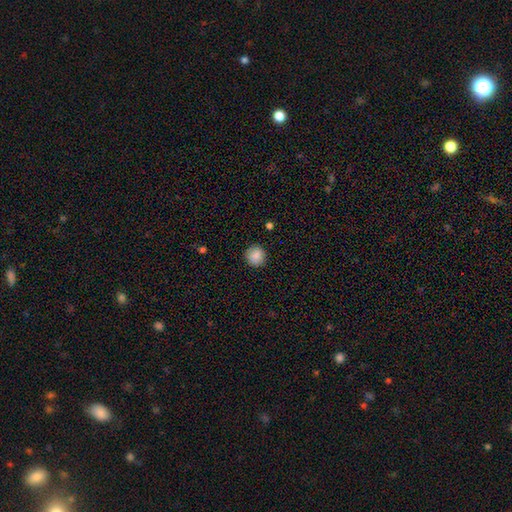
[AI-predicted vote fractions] Smooth or featured: smooth — 88% (star or artifact — 8%)
How rounded: round — 94% (in between — 6%)
Merging: none — 91% (minor disturbance — 6%)